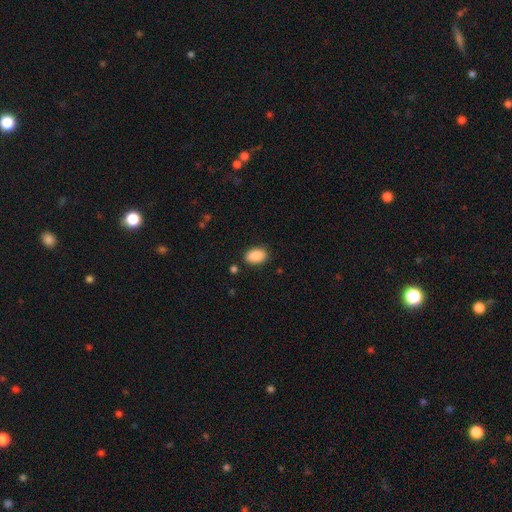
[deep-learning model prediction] Q: Smooth or featured?
A: smooth (89%); runner-up: star or artifact (7%)
Q: How rounded?
A: in between (90%); runner-up: round (8%)
Q: Merging?
A: none (86%); runner-up: minor disturbance (9%)